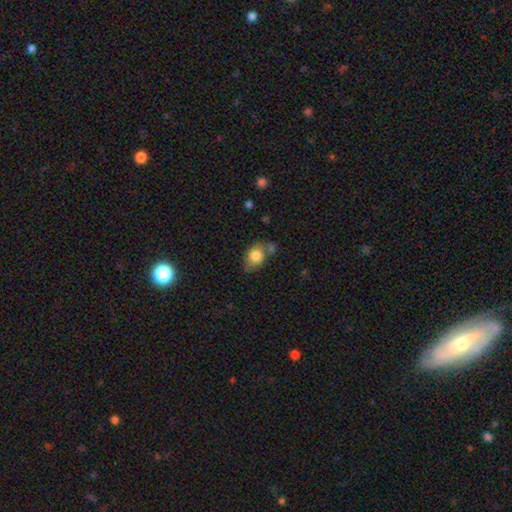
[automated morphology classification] Overall: smooth (79%). How rounded: in between (69%). Merging: none (50%; minor disturbance 25%).